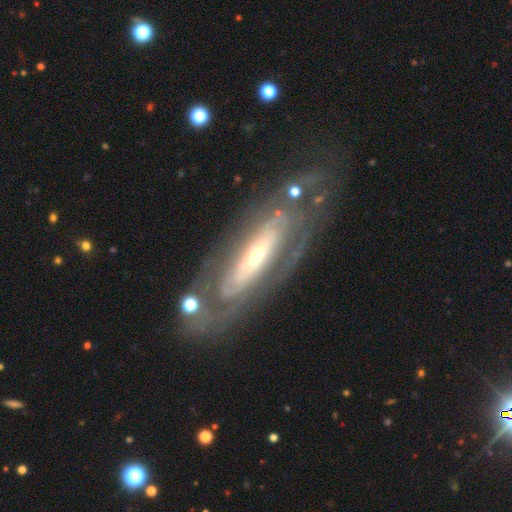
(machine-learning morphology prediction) Smooth or featured? Predicted: featured or disk (p=0.80). Edge-on disk? Predicted: no (p=0.84). Bar? Predicted: no (p=0.59). Spiral arms? Predicted: yes (p=0.65). Bulge size? Predicted: small (p=0.59). Merging? Predicted: none (p=0.69).